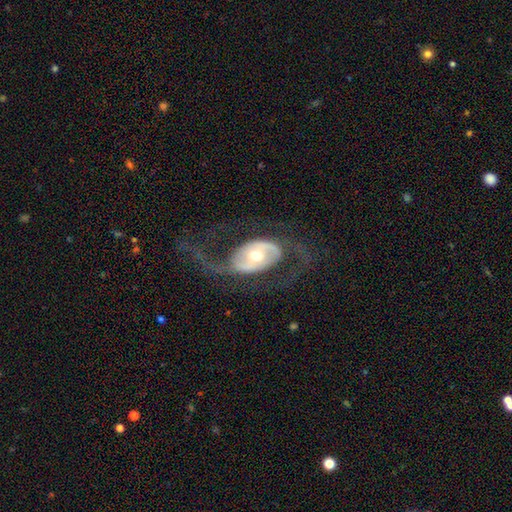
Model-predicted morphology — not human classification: The model was most divided on "bar": no: 45%, weak: 30%, strong: 24%. More confident: edge-on disk — no (94%); spiral arm count — 2 (88%); spiral arms — yes (83%); smooth or featured — featured or disk (82%); bulge size — moderate (72%); merging — none (63%); spiral winding — loose (54%).